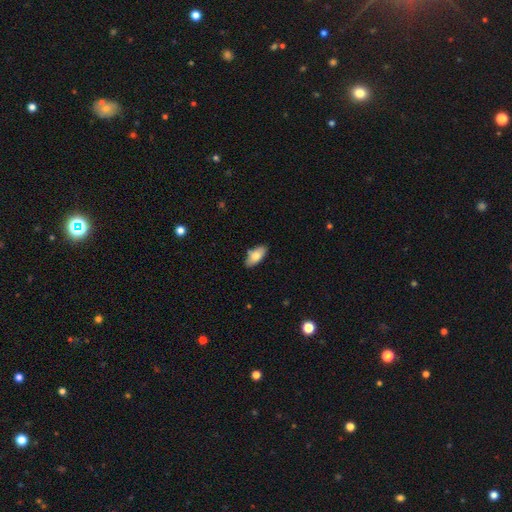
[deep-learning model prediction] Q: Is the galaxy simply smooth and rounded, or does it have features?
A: smooth — 78%.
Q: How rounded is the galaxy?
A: in between — 89%.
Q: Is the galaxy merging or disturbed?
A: none — 83%.